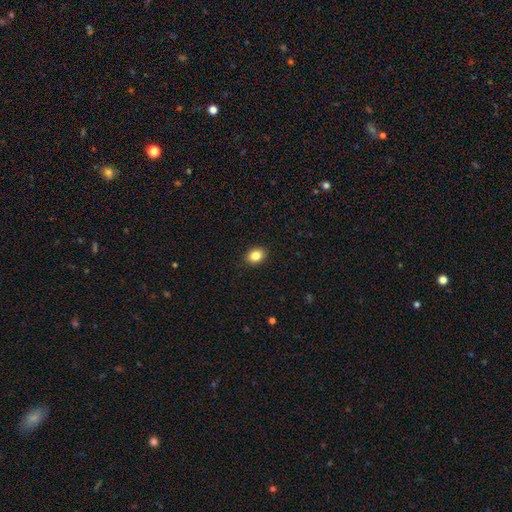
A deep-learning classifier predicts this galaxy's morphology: Smooth or featured: smooth — 85% (star or artifact — 10%)
How rounded: in between — 58% (round — 41%)
Merging: none — 90% (minor disturbance — 7%)